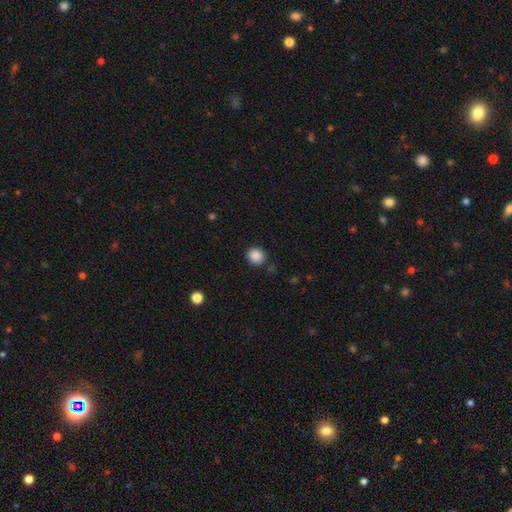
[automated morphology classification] Smooth or featured?
  - smooth: 88% *
  - star or artifact: 9%
  - featured or disk: 3%
How rounded?
  - round: 81% *
  - in between: 18%
  - cigar-shaped: 1%
Merging?
  - none: 84% *
  - minor disturbance: 10%
  - merger: 3%
  - major disturbance: 3%